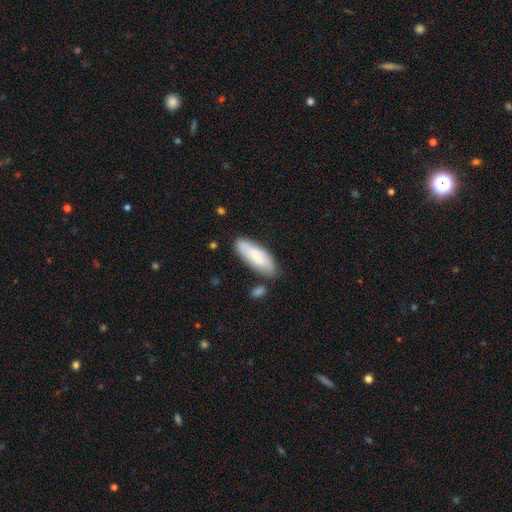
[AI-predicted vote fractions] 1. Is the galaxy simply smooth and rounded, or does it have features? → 63% smooth, 31% featured or disk, 6% star or artifact.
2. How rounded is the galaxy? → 65% in between, 34% cigar-shaped, 2% round.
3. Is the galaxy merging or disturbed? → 71% none, 18% minor disturbance, 7% merger, 4% major disturbance.